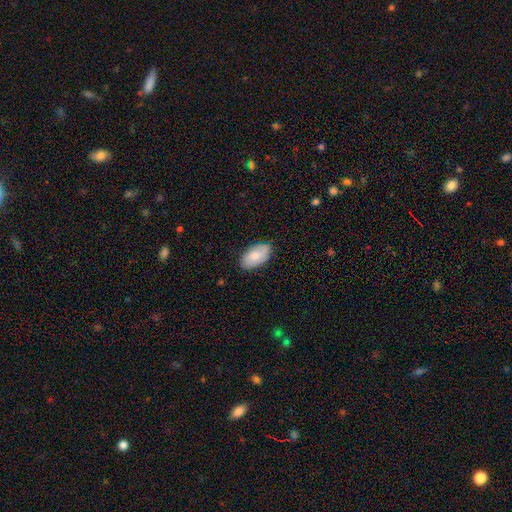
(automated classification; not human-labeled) A smooth galaxy with no disk features (74%) that is in between round and cigar-shaped (95%). Merging: none (84%).